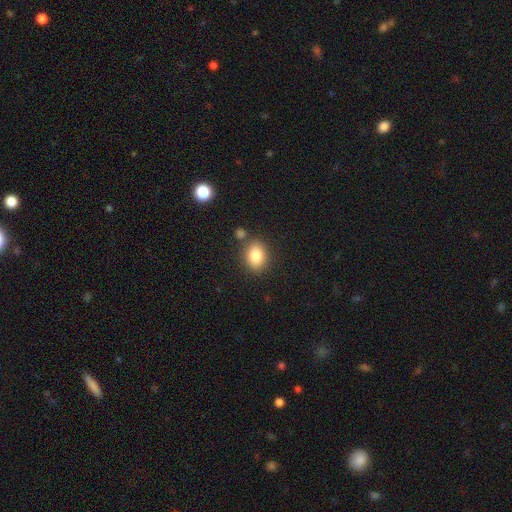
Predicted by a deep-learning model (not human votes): The model was most divided on "how rounded": in between: 59%, round: 39%, cigar-shaped: 1%. More confident: smooth or featured — smooth (83%); merging — none (77%).